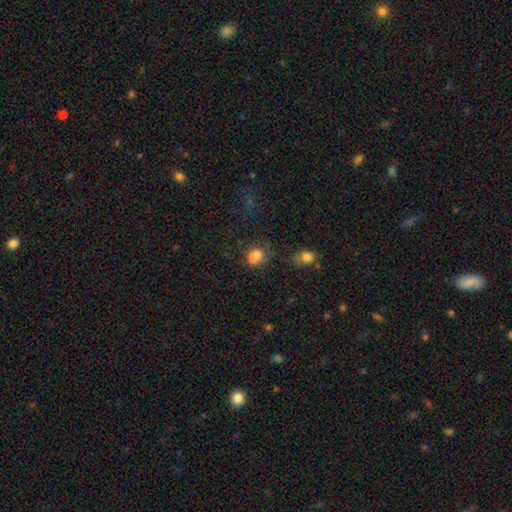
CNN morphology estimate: Smooth or featured: smooth — 78% (star or artifact — 12%)
How rounded: round — 56% (in between — 43%)
Merging: none — 48% (minor disturbance — 25%)